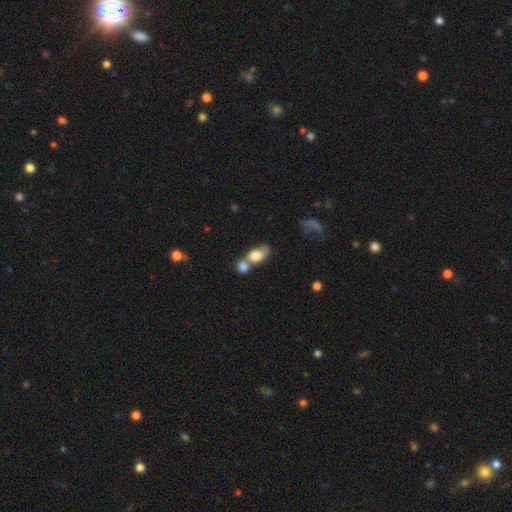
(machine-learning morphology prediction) This appears to be a smooth galaxy with no disk features (70%) that is in between round and cigar-shaped (82%). Merging: merger (62%).